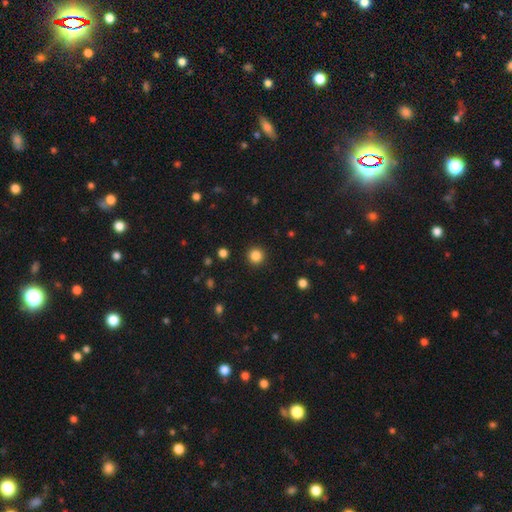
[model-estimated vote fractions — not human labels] smooth_or_featured: smooth (p=0.85) [alt: star or artifact p=0.12]
how_rounded: round (p=0.95) [alt: in between p=0.04]
merging: none (p=0.92) [alt: minor disturbance p=0.05]